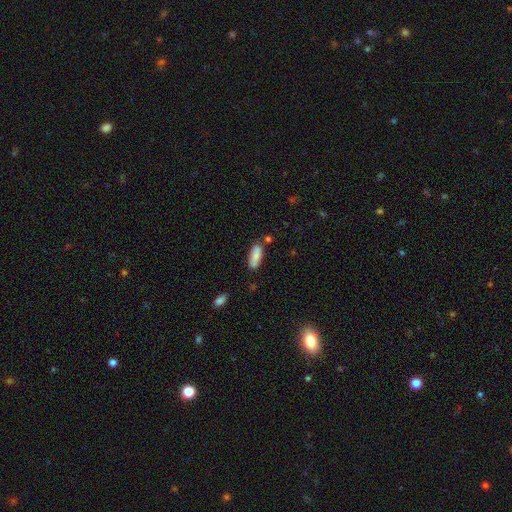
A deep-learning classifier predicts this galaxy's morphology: Smooth or featured? Predicted: smooth (p=0.82). How rounded? Predicted: in between (p=0.69). Merging? Predicted: none (p=0.76).